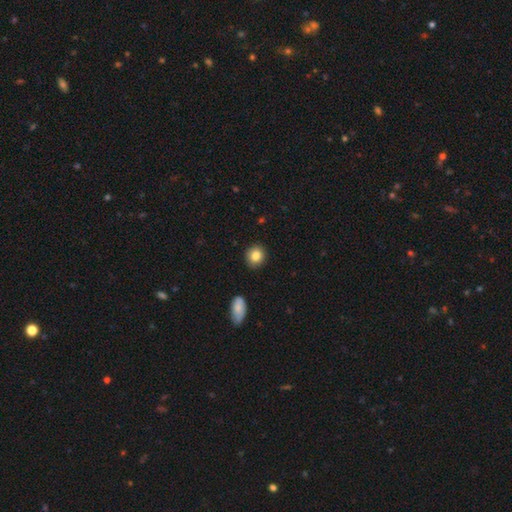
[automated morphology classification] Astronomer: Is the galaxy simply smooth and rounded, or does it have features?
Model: smooth — 84%.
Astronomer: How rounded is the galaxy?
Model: round — 81%.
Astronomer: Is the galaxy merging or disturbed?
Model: none — 89%.